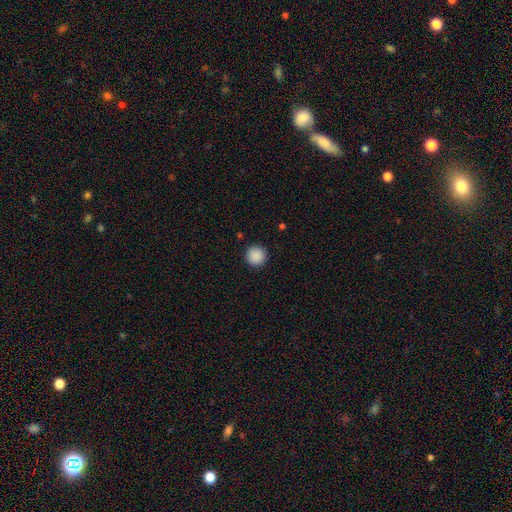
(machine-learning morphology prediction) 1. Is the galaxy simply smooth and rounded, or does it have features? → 89% smooth, 8% star or artifact, 2% featured or disk.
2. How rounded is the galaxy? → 96% round, 3% in between, 1% cigar-shaped.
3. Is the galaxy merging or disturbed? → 92% none, 5% minor disturbance, 2% major disturbance, 1% merger.